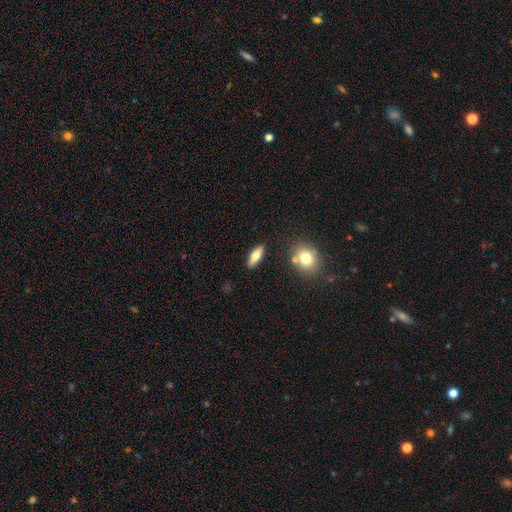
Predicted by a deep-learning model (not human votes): smooth_or_featured: smooth (p=0.67) [alt: featured or disk p=0.26]
how_rounded: in between (p=0.58) [alt: cigar-shaped p=0.38]
merging: none (p=0.85) [alt: minor disturbance p=0.09]